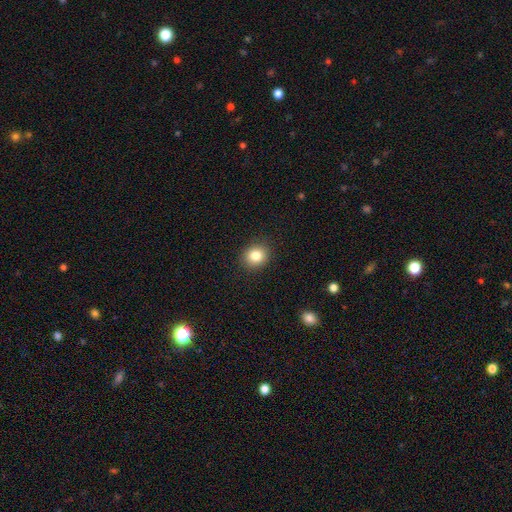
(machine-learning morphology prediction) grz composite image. It shows a smooth galaxy with no disk features (83%) that is round (75%). Merging: none (90%).